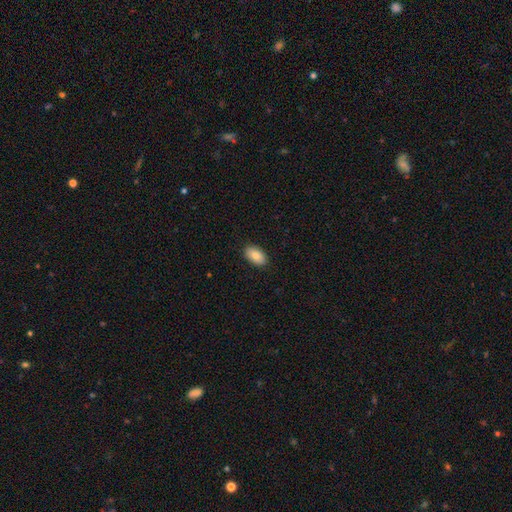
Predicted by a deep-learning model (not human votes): Overall: smooth (85%). How rounded: in between (93%). Merging: none (89%).